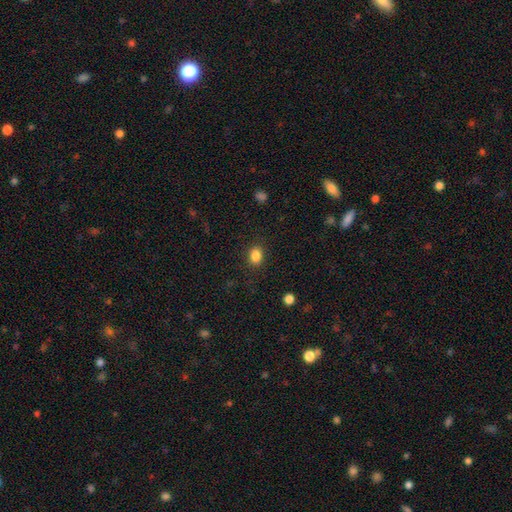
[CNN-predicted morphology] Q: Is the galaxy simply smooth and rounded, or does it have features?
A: smooth — 85%.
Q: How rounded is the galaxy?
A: in between — 62%.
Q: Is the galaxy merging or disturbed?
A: none — 87%.